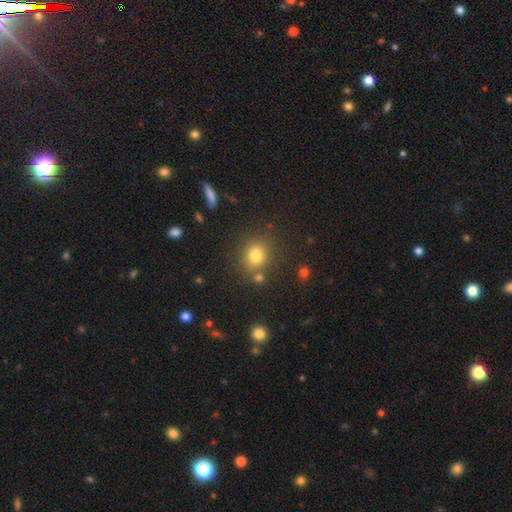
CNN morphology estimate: Smooth or featured? Predicted: smooth (p=0.78). How rounded? Predicted: round (p=0.78). Merging? Predicted: none (p=0.79).